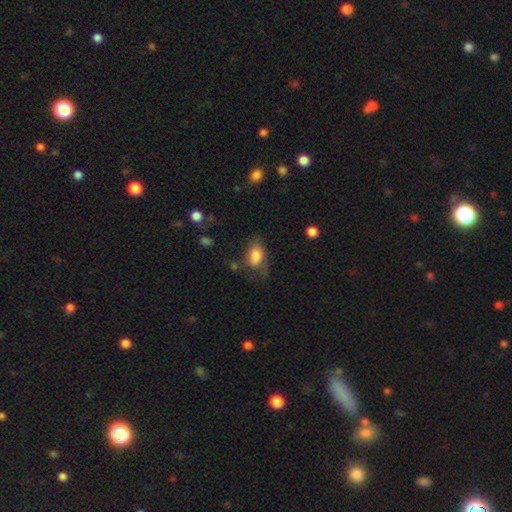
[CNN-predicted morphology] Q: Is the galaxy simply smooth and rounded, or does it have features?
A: smooth — 78%.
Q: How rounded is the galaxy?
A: in between — 85%.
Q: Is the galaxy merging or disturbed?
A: none — 45%.